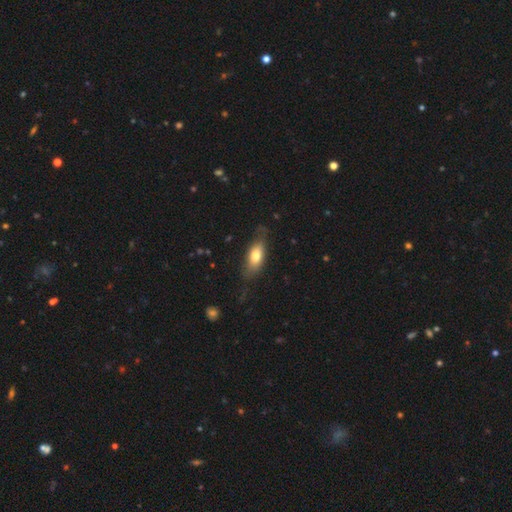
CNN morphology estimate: type=smooth (72%); roundness=in between (80%); merging=none (67%).